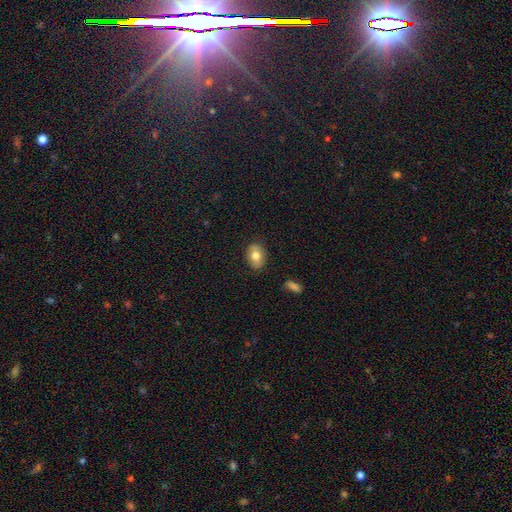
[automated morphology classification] smooth-or-featured: smooth: 73% | featured or disk: 19% | star or artifact: 8%
  how-rounded: in between: 74% | round: 25% | cigar-shaped: 1%
  merging: none: 85% | minor disturbance: 11% | major disturbance: 2% | merger: 1%